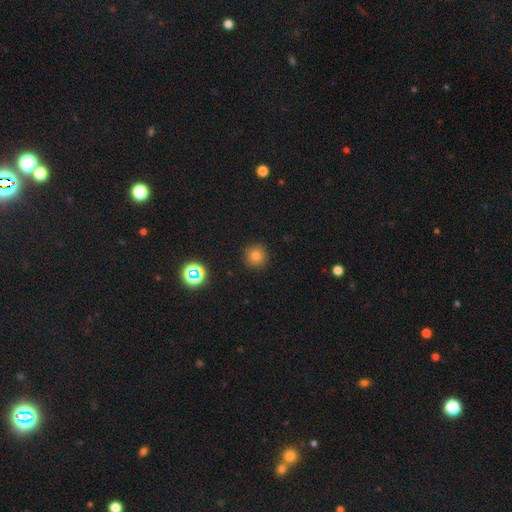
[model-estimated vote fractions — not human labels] Smooth or featured: smooth — 78% (star or artifact — 16%)
How rounded: round — 95% (in between — 4%)
Merging: none — 91% (minor disturbance — 6%)